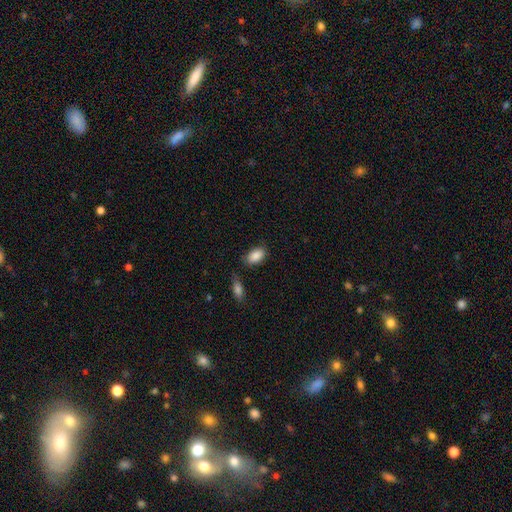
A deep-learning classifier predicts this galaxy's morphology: Smooth or featured?
  - smooth: 89% *
  - star or artifact: 7%
  - featured or disk: 5%
How rounded?
  - in between: 92% *
  - round: 6%
  - cigar-shaped: 2%
Merging?
  - none: 76% *
  - minor disturbance: 16%
  - merger: 4%
  - major disturbance: 4%